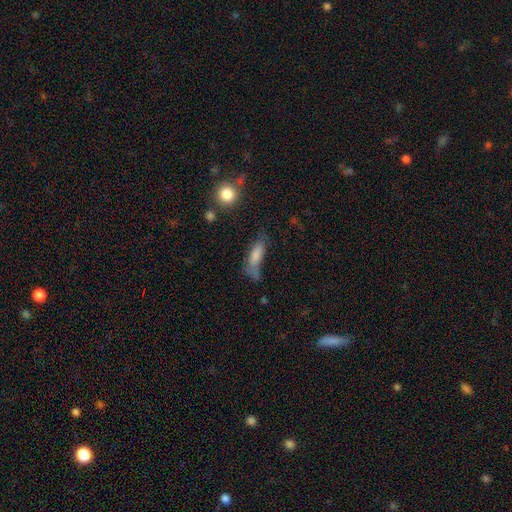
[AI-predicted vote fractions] smooth-or-featured: smooth: 76% | featured or disk: 16% | star or artifact: 9%
  how-rounded: in between: 50% | cigar-shaped: 47% | round: 3%
  merging: none: 42% | minor disturbance: 31% | major disturbance: 19% | merger: 8%